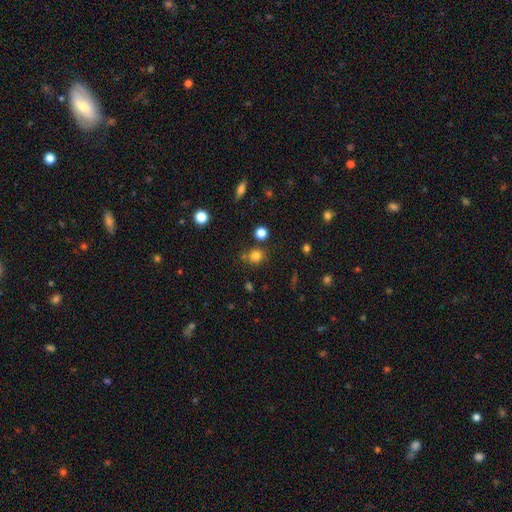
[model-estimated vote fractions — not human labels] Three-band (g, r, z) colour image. It shows a smooth galaxy with no disk features (78%) that is round (88%). Merging: none (76%).